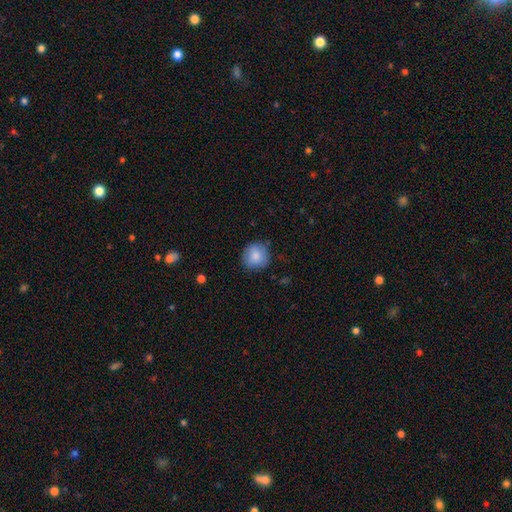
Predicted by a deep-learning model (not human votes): Overall: smooth (84%). How rounded: round (90%). Merging: none (81%).